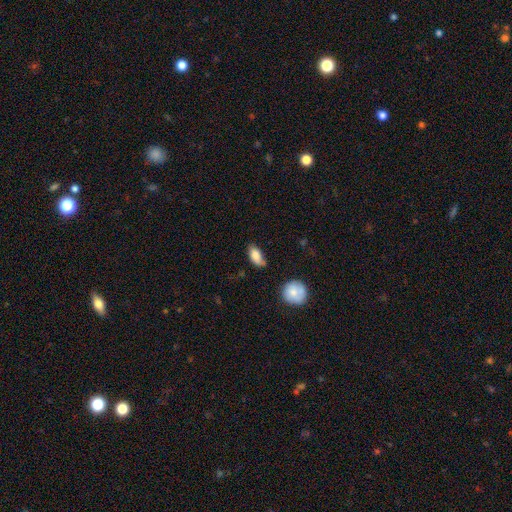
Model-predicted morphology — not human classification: A smooth galaxy with no disk features (83%) that is in between round and cigar-shaped (88%).

Vote fractions:
- Smooth or featured? smooth: 83% / featured or disk: 9% / star or artifact: 7%
- How rounded? in between: 88% / cigar-shaped: 6% / round: 5%
- Merging? none: 56% / minor disturbance: 32% / major disturbance: 8% / merger: 5%